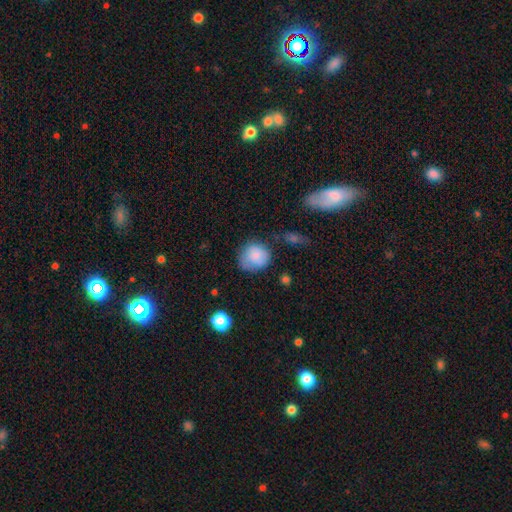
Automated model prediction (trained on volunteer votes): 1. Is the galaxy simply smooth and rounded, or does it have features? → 82% smooth, 10% featured or disk, 8% star or artifact.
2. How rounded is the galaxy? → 81% round, 18% in between, 1% cigar-shaped.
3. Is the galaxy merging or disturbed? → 61% none, 27% minor disturbance, 8% major disturbance, 4% merger.